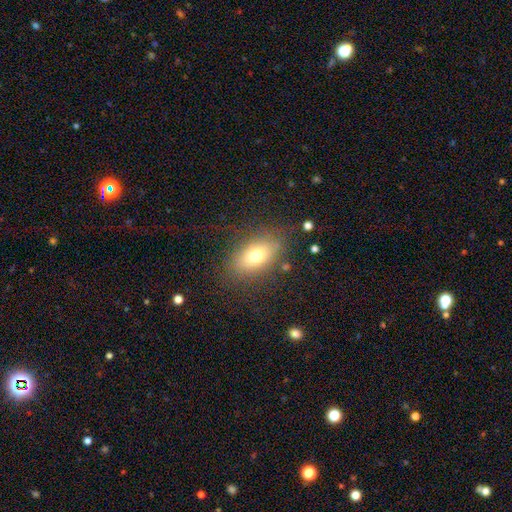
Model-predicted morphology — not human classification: Overall: smooth (73%). How rounded: in between (86%). Merging: none (81%).